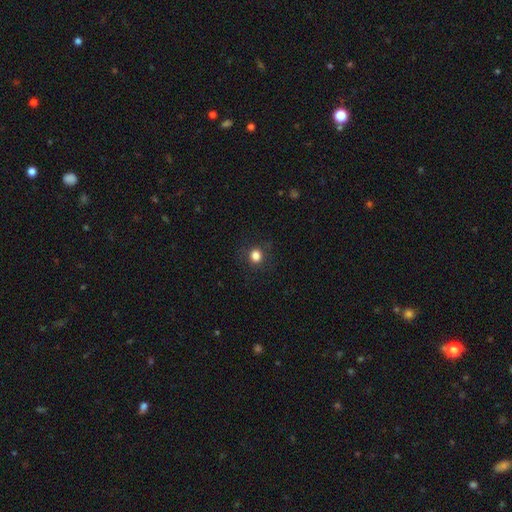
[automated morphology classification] Smooth or featured: smooth — 82% (star or artifact — 13%)
How rounded: round — 84% (in between — 15%)
Merging: none — 87% (minor disturbance — 9%)